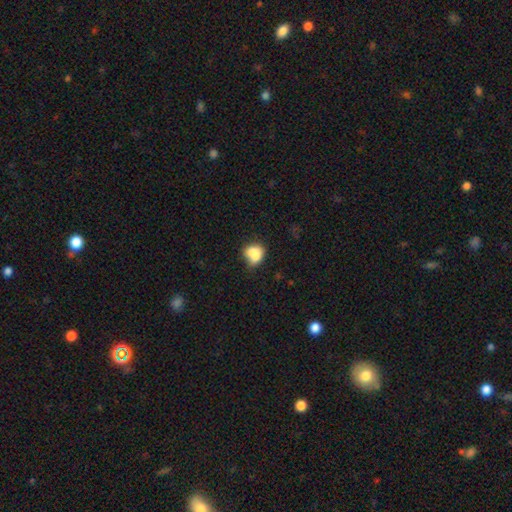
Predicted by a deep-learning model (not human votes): This is clearly a smooth galaxy (80%). How rounded: possibly round (52%). Merging: marginally none (40%).